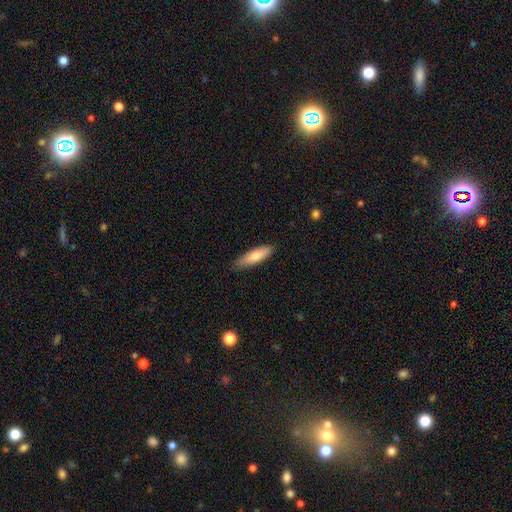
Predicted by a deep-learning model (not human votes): Smooth or featured? Predicted: smooth (p=0.73). How rounded? Predicted: cigar-shaped (p=0.63). Merging? Predicted: none (p=0.82).